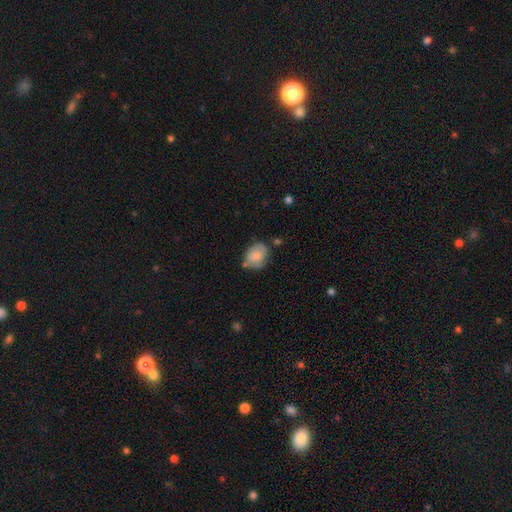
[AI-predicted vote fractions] smooth_or_featured: smooth (p=0.75) [alt: featured or disk p=0.18]
how_rounded: in between (p=0.53) [alt: round p=0.46]
merging: none (p=0.53) [alt: minor disturbance p=0.28]